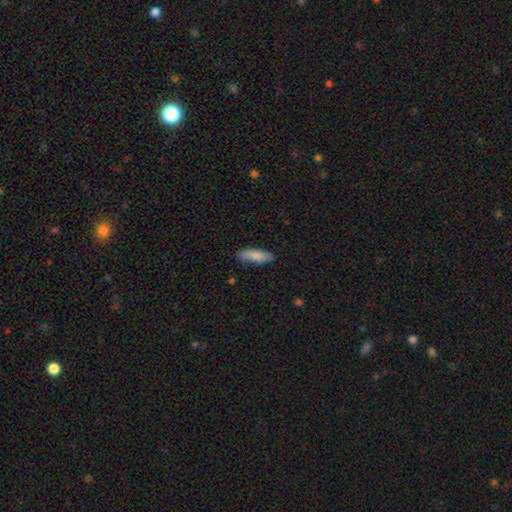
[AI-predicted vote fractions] Smooth or featured?
  - smooth: 85% *
  - featured or disk: 9%
  - star or artifact: 6%
How rounded?
  - in between: 52% *
  - cigar-shaped: 46%
  - round: 2%
Merging?
  - none: 84% *
  - minor disturbance: 13%
  - major disturbance: 2%
  - merger: 1%